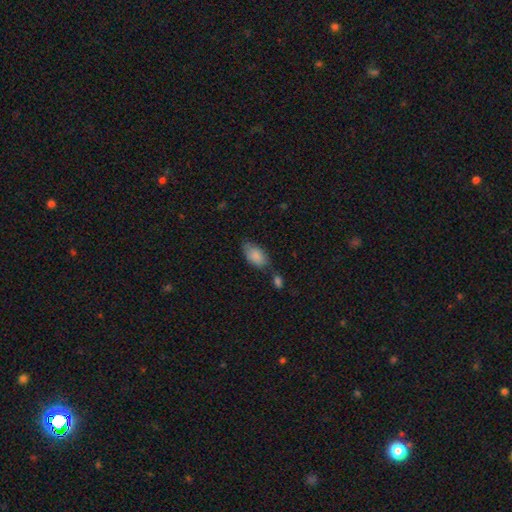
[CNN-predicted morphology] Smooth or featured: smooth — 86% (featured or disk — 8%)
How rounded: in between — 93% (round — 3%)
Merging: none — 59% (minor disturbance — 22%)